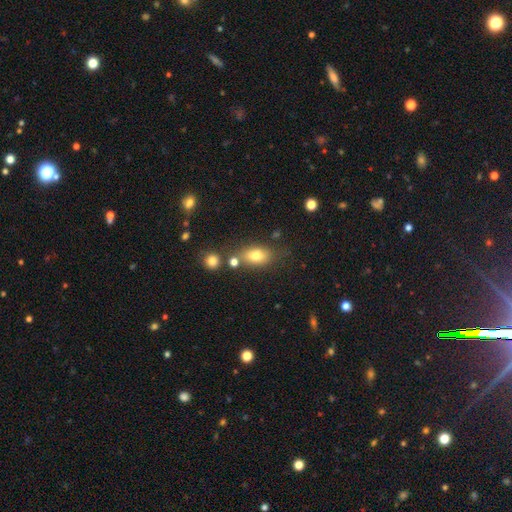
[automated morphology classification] A smooth galaxy with no disk features (76%) that is in between round and cigar-shaped (81%).

Vote fractions:
- Smooth or featured? smooth: 76% / featured or disk: 13% / star or artifact: 11%
- How rounded? in between: 81% / round: 14% / cigar-shaped: 4%
- Merging? none: 65% / minor disturbance: 17% / merger: 13% / major disturbance: 6%